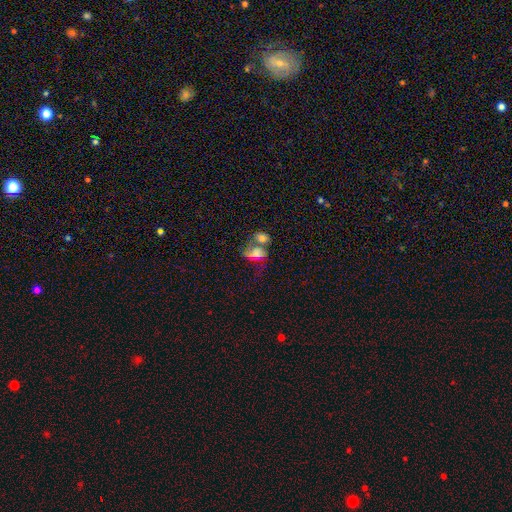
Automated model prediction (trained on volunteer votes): This appears to be a smooth galaxy with no disk features (43%). Merging: merger (57%).